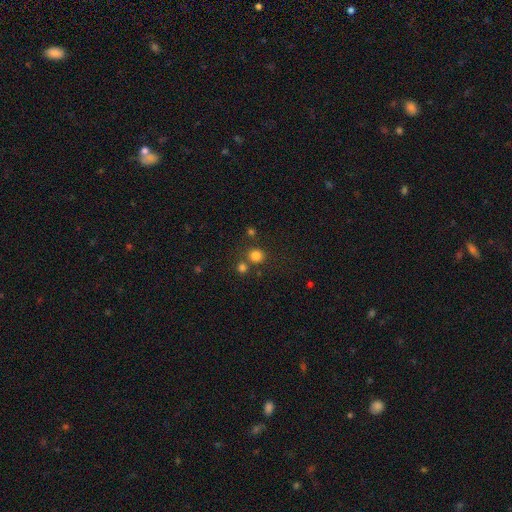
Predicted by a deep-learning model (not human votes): smooth_or_featured: smooth (p=0.80) [alt: star or artifact p=0.15]
how_rounded: round (p=0.89) [alt: in between p=0.11]
merging: none (p=0.73) [alt: merger p=0.16]